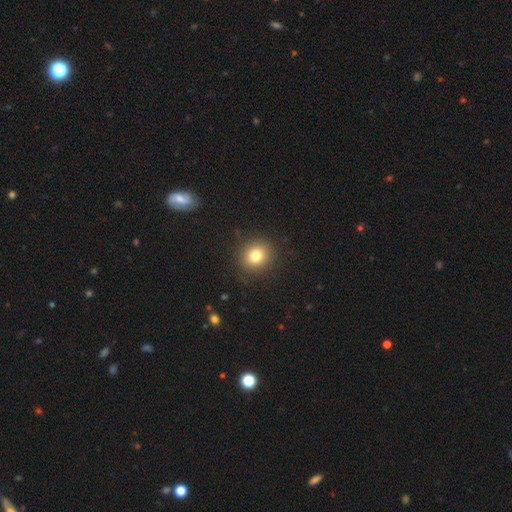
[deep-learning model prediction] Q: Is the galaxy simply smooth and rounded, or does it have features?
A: smooth — 79%.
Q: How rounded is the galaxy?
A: round — 88%.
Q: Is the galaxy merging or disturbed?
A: none — 90%.